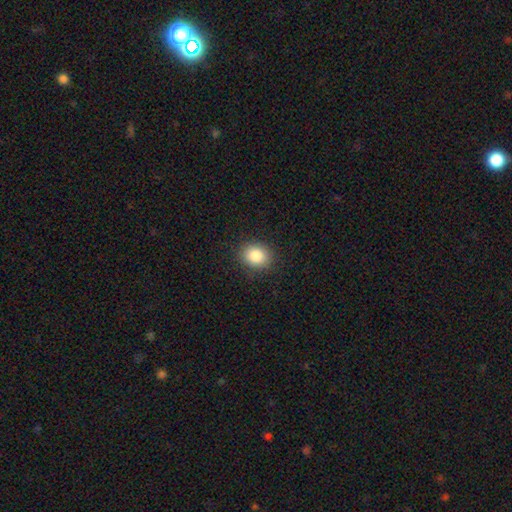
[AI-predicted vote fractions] Smooth or featured?
  - smooth: 86% *
  - star or artifact: 9%
  - featured or disk: 5%
How rounded?
  - round: 59% *
  - in between: 40%
  - cigar-shaped: 1%
Merging?
  - none: 88% *
  - minor disturbance: 8%
  - major disturbance: 2%
  - merger: 1%